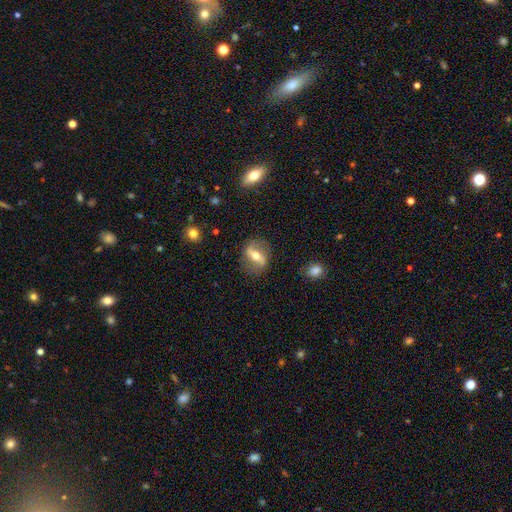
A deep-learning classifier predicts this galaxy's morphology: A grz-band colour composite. It shows a featured or disk galaxy (67%) with a strong bar (64%), spiral arms (62%) and a moderate central bulge (68%). Merging: none (81%).